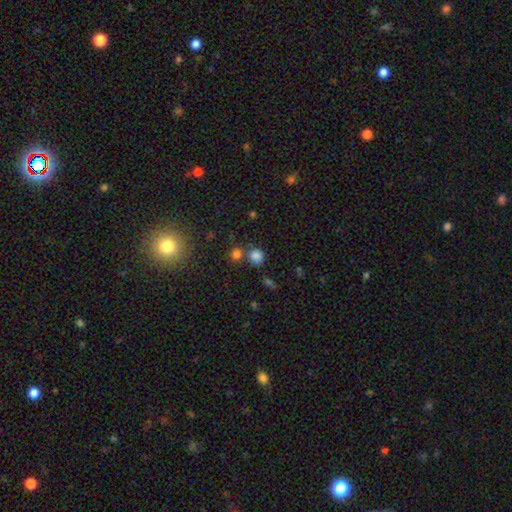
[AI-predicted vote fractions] Smooth or featured? smooth (79%)
How rounded? round (78%)
Merging? none (61%)